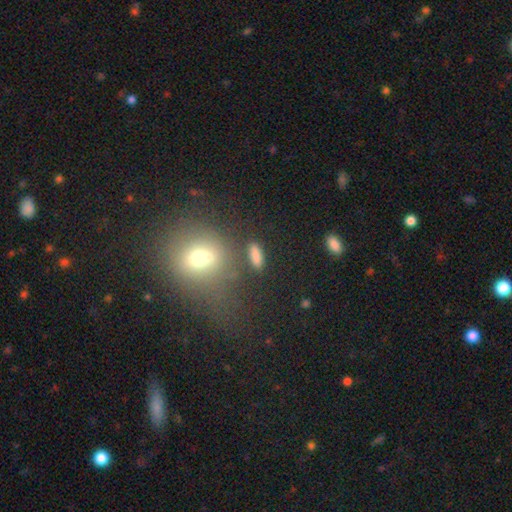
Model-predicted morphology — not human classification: Smooth or featured: smooth — 81% (star or artifact — 11%)
How rounded: in between — 50% (cigar-shaped — 44%)
Merging: none — 81% (minor disturbance — 10%)